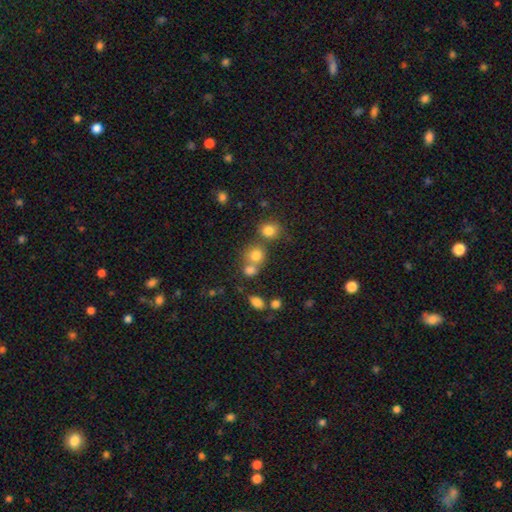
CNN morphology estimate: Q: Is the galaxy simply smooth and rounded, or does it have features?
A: smooth — 76%.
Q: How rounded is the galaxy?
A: round — 82%.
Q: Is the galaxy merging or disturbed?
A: none — 50%.